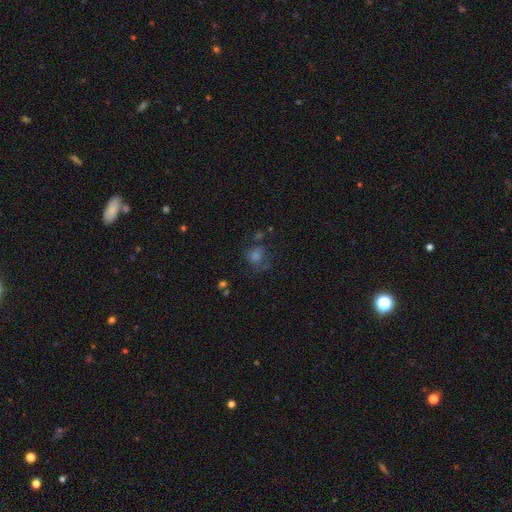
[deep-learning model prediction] Smooth or featured? Predicted: smooth (p=0.49). Merging? Predicted: none (p=0.62).